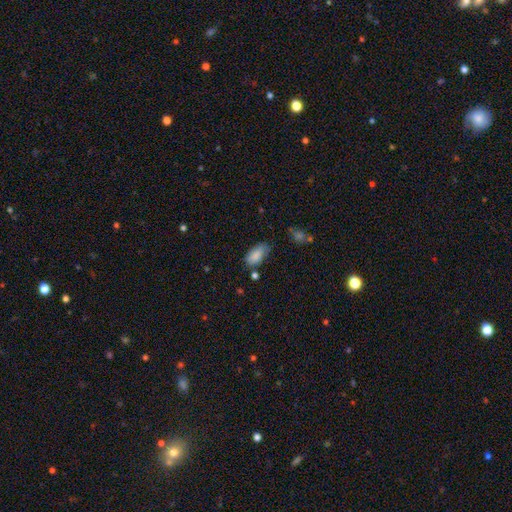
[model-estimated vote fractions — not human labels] smooth 86%, star or artifact 7%, featured or disk 7%. Down the decision tree: how rounded — in between (92%); merging — none (63%).